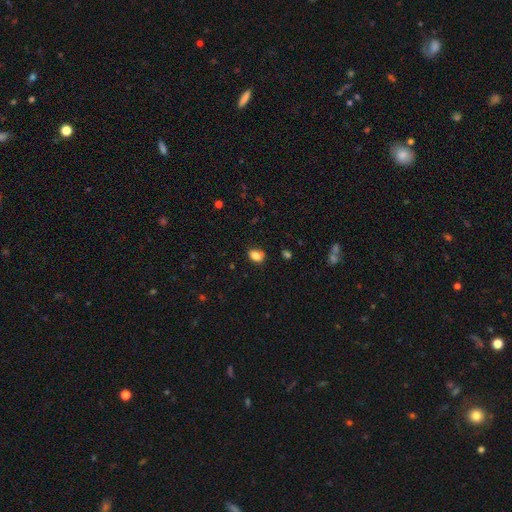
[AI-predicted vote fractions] A smooth galaxy with no disk features (83%) that is in between round and cigar-shaped (75%).

Vote fractions:
- Smooth or featured? smooth: 83% / star or artifact: 10% / featured or disk: 7%
- How rounded? in between: 75% / round: 24% / cigar-shaped: 1%
- Merging? none: 75% / minor disturbance: 17% / merger: 5% / major disturbance: 3%